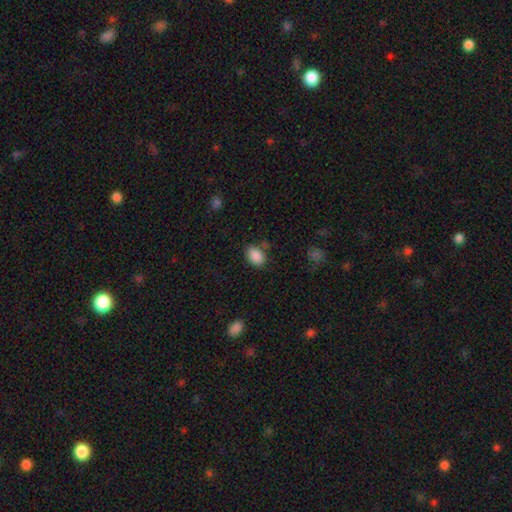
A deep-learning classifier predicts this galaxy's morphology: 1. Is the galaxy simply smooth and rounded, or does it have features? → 88% smooth, 9% star or artifact, 4% featured or disk.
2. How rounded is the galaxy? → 74% in between, 25% round, 1% cigar-shaped.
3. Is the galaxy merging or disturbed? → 75% none, 16% minor disturbance, 5% major disturbance, 4% merger.